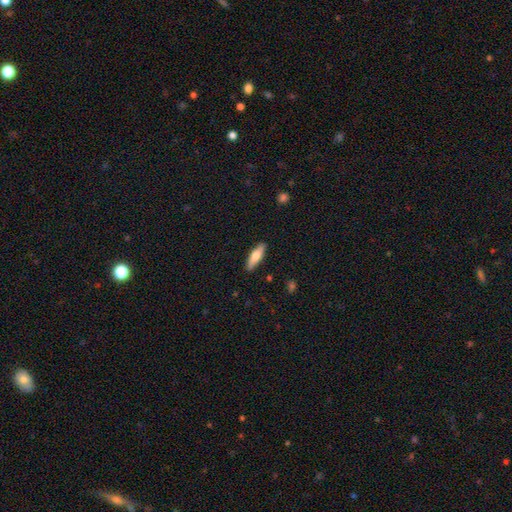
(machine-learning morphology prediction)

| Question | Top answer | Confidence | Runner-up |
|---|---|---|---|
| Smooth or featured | smooth | 67% | featured or disk (28%) |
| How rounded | cigar-shaped | 56% | in between (42%) |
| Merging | none | 89% | minor disturbance (8%) |